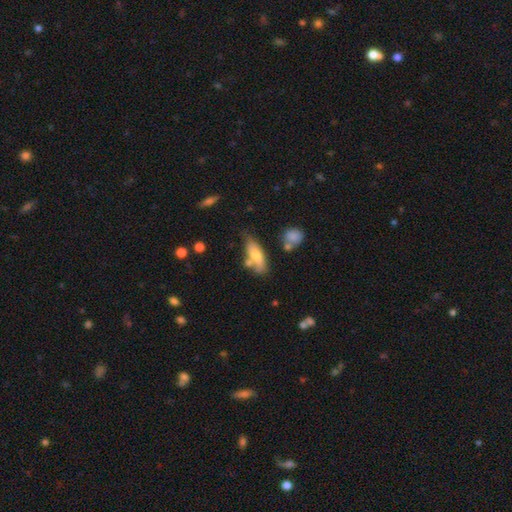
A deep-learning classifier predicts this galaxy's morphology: Smooth or featured? Predicted: smooth (p=0.64). How rounded? Predicted: in between (p=0.62). Merging? Predicted: none (p=0.52).